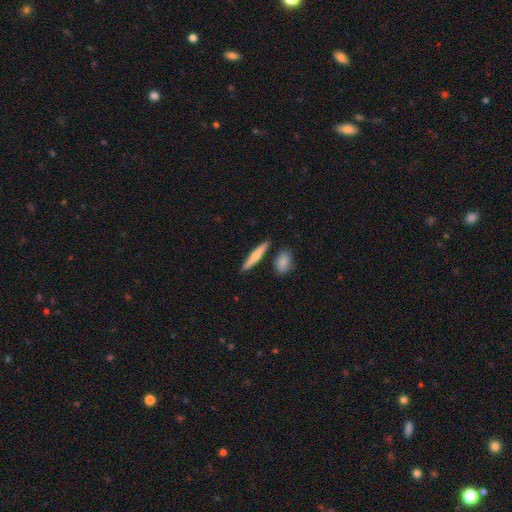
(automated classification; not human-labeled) smooth_or_featured: smooth (p=0.64) [alt: featured or disk p=0.30]
how_rounded: cigar-shaped (p=0.88) [alt: in between p=0.10]
merging: none (p=0.84) [alt: minor disturbance p=0.09]